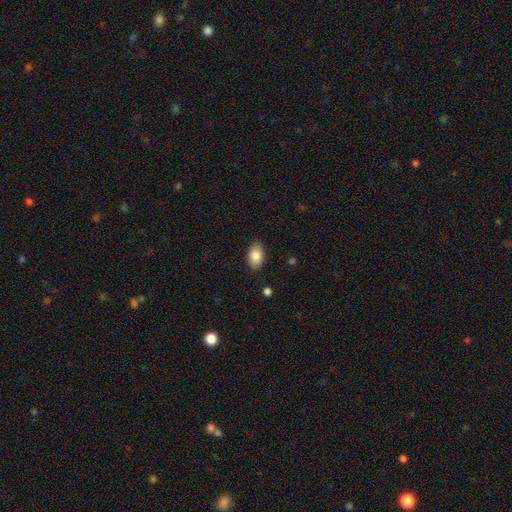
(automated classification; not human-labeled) smooth_or_featured: smooth (p=0.85) [alt: featured or disk p=0.08]
how_rounded: in between (p=0.92) [alt: round p=0.07]
merging: none (p=0.87) [alt: minor disturbance p=0.10]